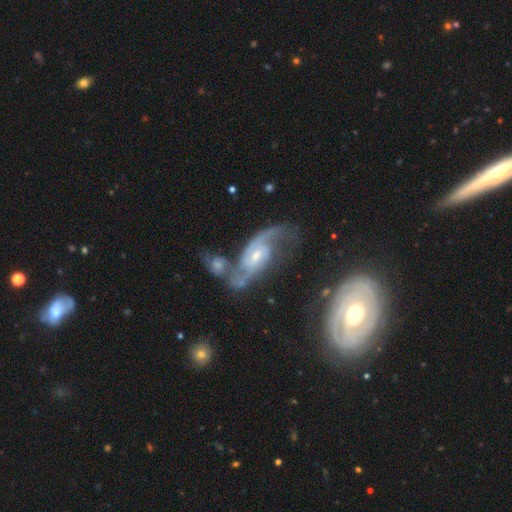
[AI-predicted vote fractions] This is clearly a featured or disk galaxy (89%). It is clearly not viewed edge-on (96%). Bar: possibly weak (46%). Spiral arm pattern: clearly yes (97%). Spiral arm count: clearly 2 (84%). Spiral winding: possibly medium (50%). Central bulge: possibly moderate (48%). Merging: marginally none (39%).